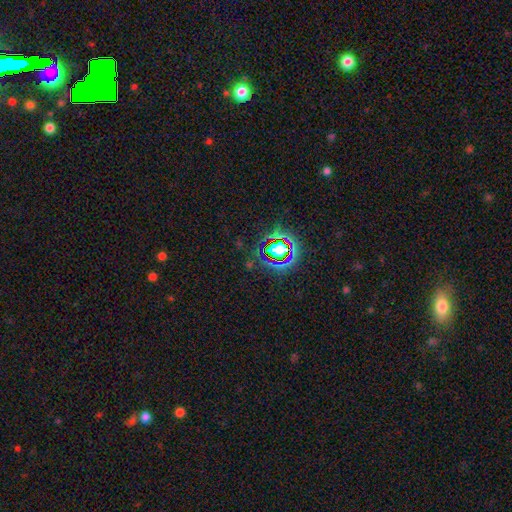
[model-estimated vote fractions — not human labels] Morphology: type=star or artifact (77%).